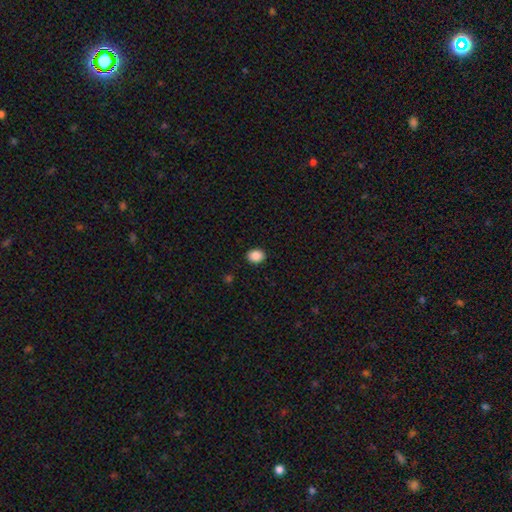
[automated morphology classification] type=smooth (88%); roundness=in between (51%); merging=none (90%).